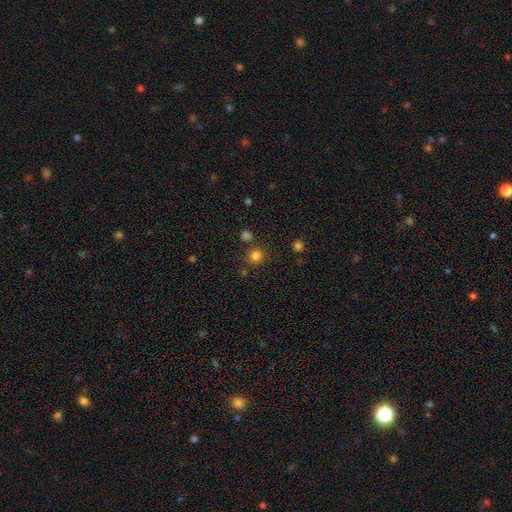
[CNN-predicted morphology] Smooth or featured? smooth (80%)
How rounded? round (91%)
Merging? none (82%)